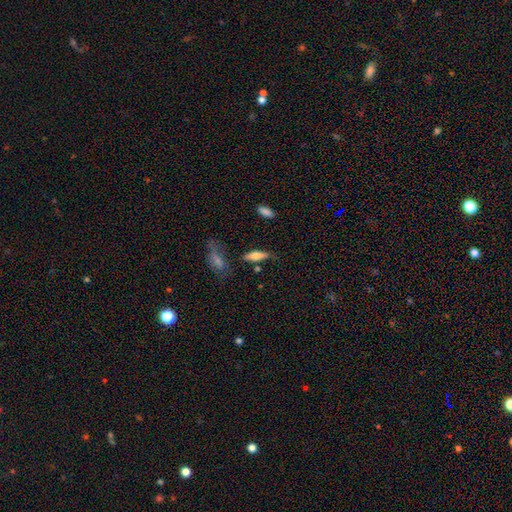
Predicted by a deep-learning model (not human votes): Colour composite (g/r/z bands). It shows a smooth galaxy with no disk features (64%) that is cigar-shaped (55%). Merging: none (63%).